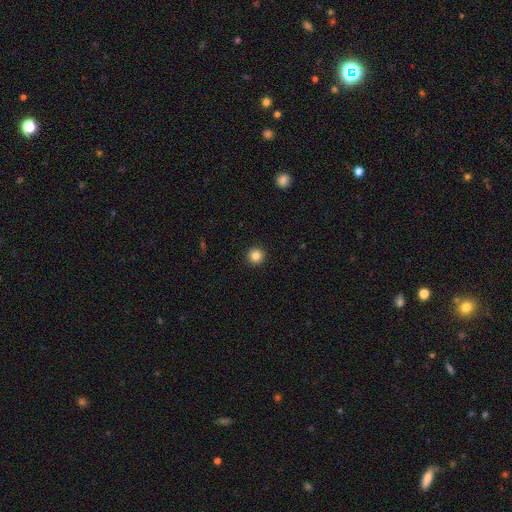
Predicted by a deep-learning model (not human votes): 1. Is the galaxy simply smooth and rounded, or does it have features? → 85% smooth, 11% star or artifact, 5% featured or disk.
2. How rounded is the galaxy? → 96% round, 3% in between, 1% cigar-shaped.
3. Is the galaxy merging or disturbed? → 94% none, 4% minor disturbance, 1% major disturbance, 1% merger.